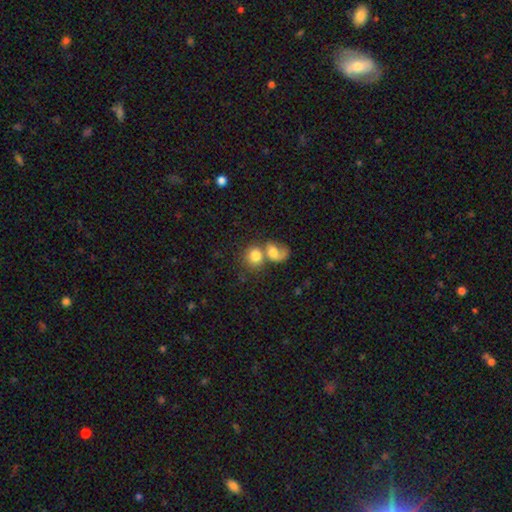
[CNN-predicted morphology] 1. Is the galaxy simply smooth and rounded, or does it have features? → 73% smooth, 18% featured or disk, 9% star or artifact.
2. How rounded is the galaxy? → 69% round, 30% in between, 1% cigar-shaped.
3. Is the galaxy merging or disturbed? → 62% merger, 24% none, 7% major disturbance, 7% minor disturbance.